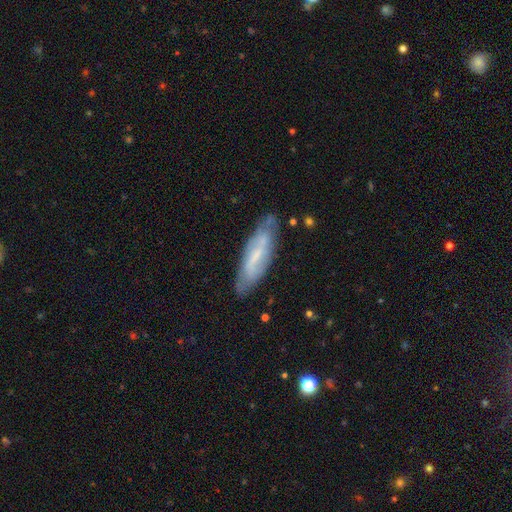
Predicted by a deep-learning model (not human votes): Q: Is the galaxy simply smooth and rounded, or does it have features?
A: featured or disk — 58%.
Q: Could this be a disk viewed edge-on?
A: no — 71%.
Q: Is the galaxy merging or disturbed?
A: none — 75%.